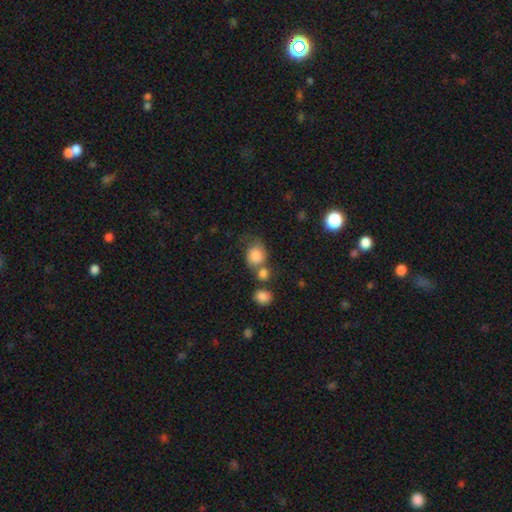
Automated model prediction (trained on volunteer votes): Overall: smooth (83%). How rounded: round (62%; in between 37%). Merging: none (43%; merger 31%).